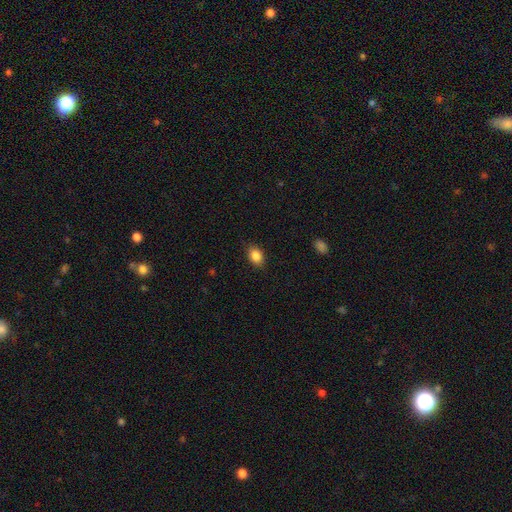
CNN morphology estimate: Smooth or featured? smooth (86%)
How rounded? in between (73%)
Merging? none (86%)